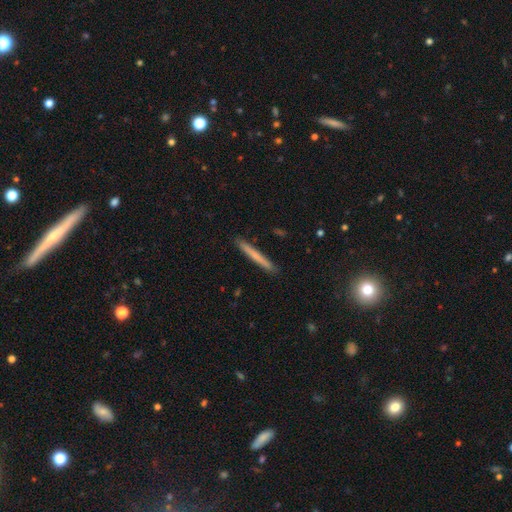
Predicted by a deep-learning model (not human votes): Morphology: type=smooth (66%); roundness=cigar-shaped (97%); merging=none (92%).